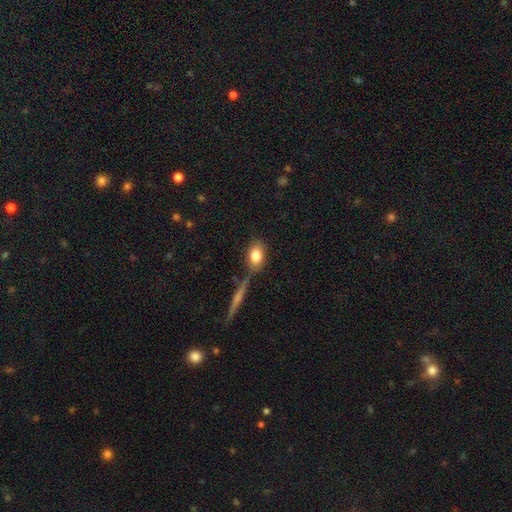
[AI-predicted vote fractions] A smooth galaxy with no disk features (80%) that is in between round and cigar-shaped (74%). Merging: none (68%).